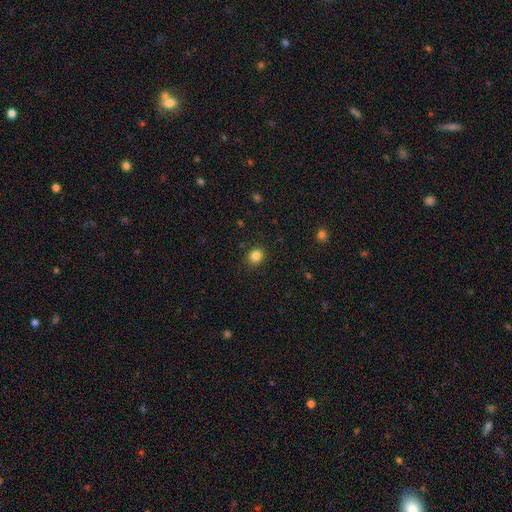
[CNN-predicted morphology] Q: Smooth or featured?
A: smooth (84%); runner-up: star or artifact (12%)
Q: How rounded?
A: round (72%); runner-up: in between (27%)
Q: Merging?
A: none (89%); runner-up: minor disturbance (7%)